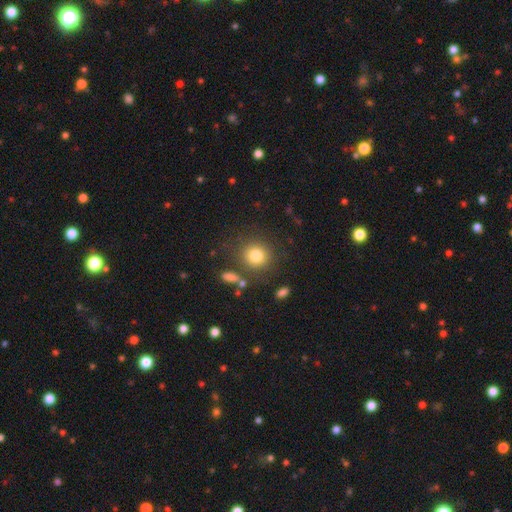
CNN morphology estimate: Smooth or featured: smooth — 81% (star or artifact — 11%)
How rounded: round — 88% (in between — 11%)
Merging: none — 80% (minor disturbance — 10%)